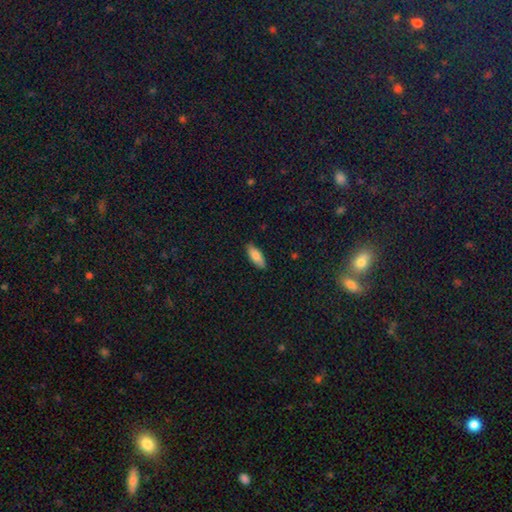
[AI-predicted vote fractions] The model was most divided on "how rounded": in between: 71%, cigar-shaped: 27%, round: 2%. More confident: merging — none (88%); smooth or featured — smooth (82%).